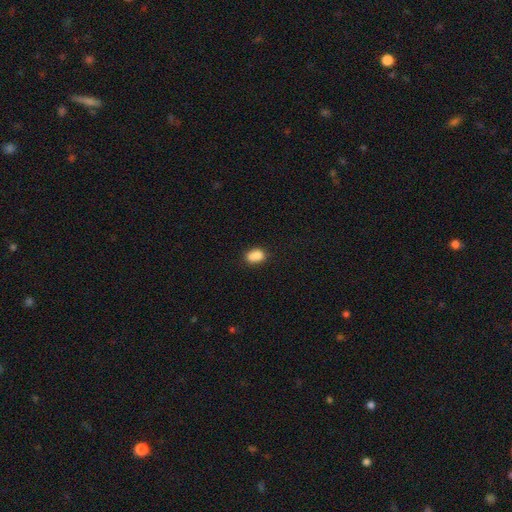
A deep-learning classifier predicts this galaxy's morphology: Smooth or featured? smooth (83%)
How rounded? in between (74%)
Merging? none (57%)